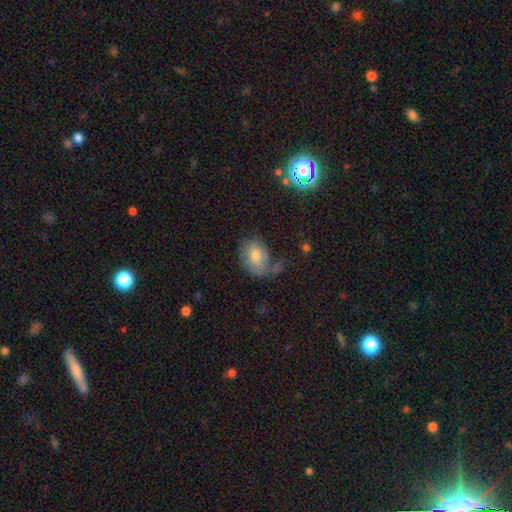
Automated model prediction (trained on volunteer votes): Morphology: type=smooth (65%); roundness=in between (65%); merging=none (56%).